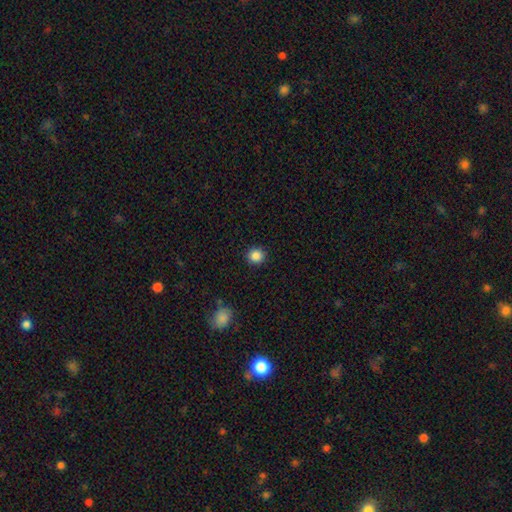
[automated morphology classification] A smooth galaxy with no disk features (86%) that is round (93%). Merging: none (91%).